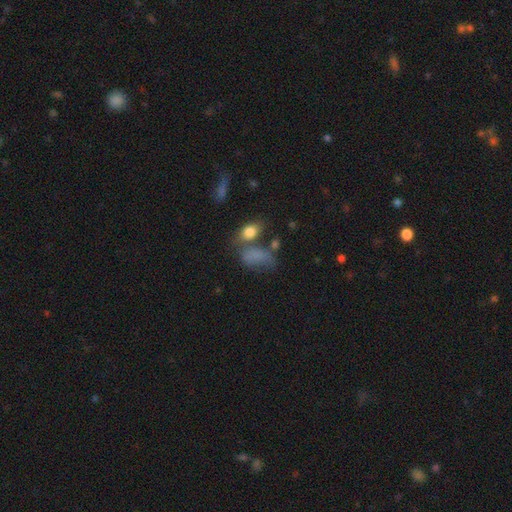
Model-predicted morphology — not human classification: smooth_or_featured: smooth (p=0.70) [alt: featured or disk p=0.16]
how_rounded: in between (p=0.84) [alt: round p=0.11]
merging: none (p=0.33) [alt: merger p=0.24]